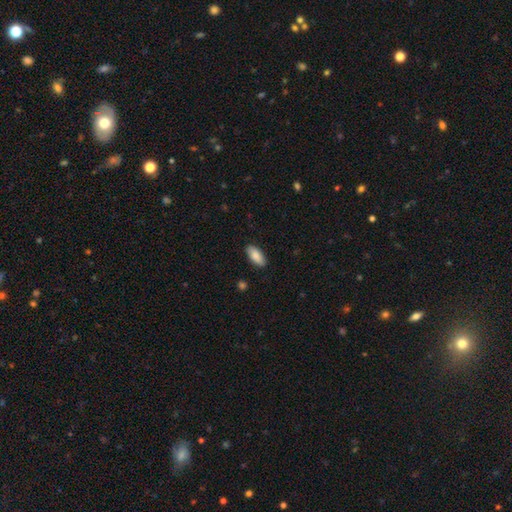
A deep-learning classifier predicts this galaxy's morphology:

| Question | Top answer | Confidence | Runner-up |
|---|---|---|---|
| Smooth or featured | smooth | 87% | featured or disk (8%) |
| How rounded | in between | 87% | cigar-shaped (11%) |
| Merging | none | 88% | minor disturbance (9%) |